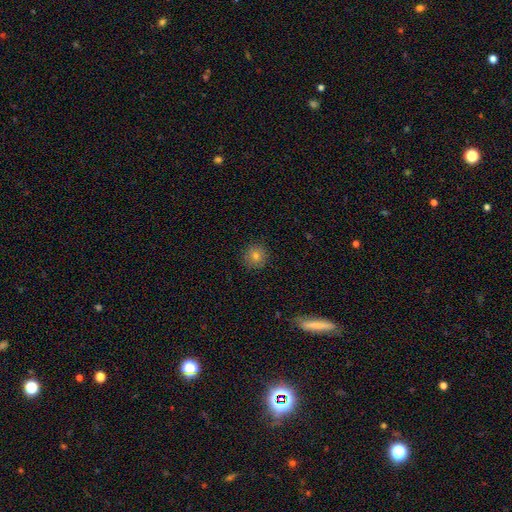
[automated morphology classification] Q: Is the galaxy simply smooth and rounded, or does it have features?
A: smooth — 76%.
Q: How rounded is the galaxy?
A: round — 94%.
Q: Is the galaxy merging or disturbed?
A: none — 89%.